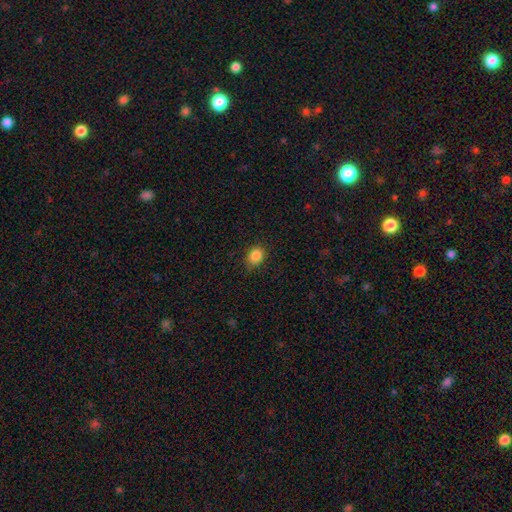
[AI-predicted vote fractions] A smooth galaxy with no disk features (85%) that is round (55%). Merging: none (82%).